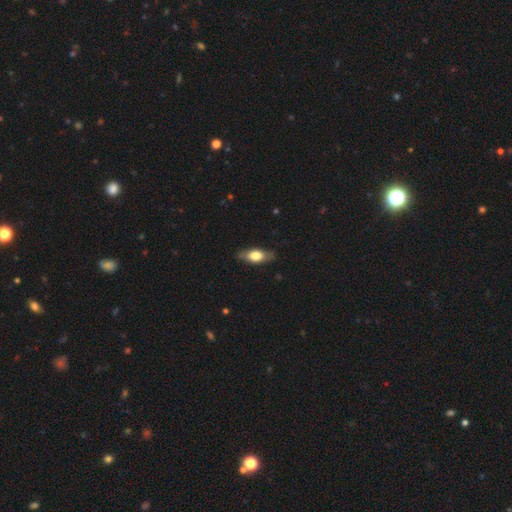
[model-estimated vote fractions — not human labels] Smooth or featured: smooth — 62% (featured or disk — 31%)
How rounded: in between — 76% (cigar-shaped — 20%)
Merging: none — 80% (minor disturbance — 16%)